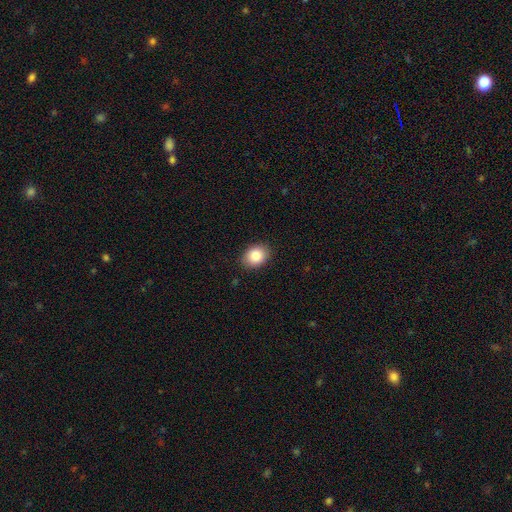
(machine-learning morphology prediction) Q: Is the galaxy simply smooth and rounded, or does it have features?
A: smooth — 86%.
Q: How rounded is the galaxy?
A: in between — 59%.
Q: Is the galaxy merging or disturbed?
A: none — 88%.